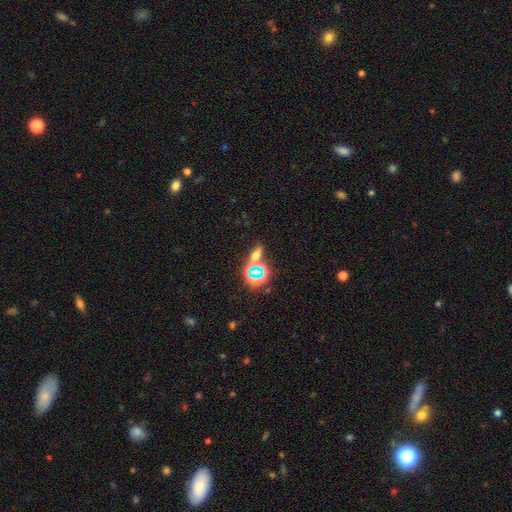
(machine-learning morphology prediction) smooth_or_featured: smooth (p=0.43) [alt: star or artifact p=0.42]
merging: none (p=0.67) [alt: merger p=0.17]